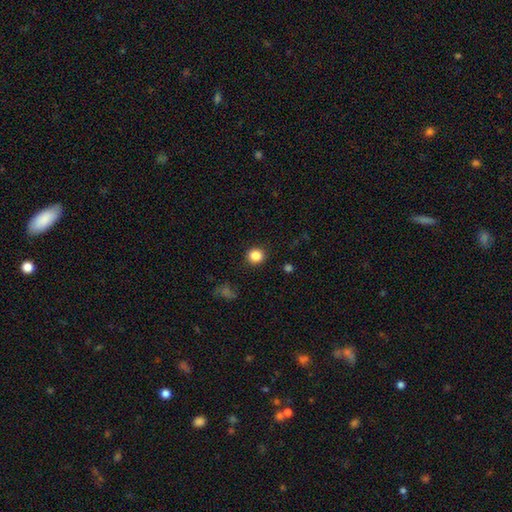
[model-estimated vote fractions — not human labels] The model was most divided on "smooth or featured": smooth: 86%, star or artifact: 11%, featured or disk: 4%. More confident: merging — none (90%); how rounded — round (87%).